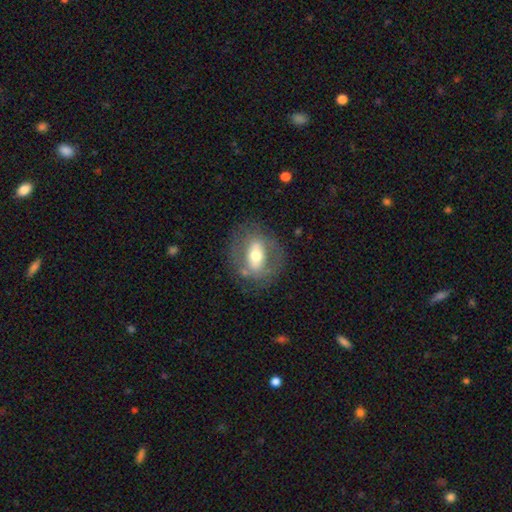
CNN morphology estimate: smooth_or_featured: featured or disk (p=0.53) [alt: smooth p=0.40]
disk_edge_on: no (p=0.87) [alt: yes p=0.13]
merging: none (p=0.71) [alt: minor disturbance p=0.17]